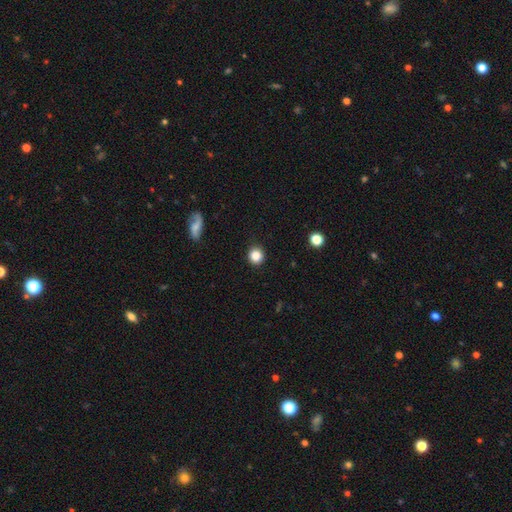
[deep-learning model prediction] The model was most divided on "smooth or featured": smooth: 86%, star or artifact: 10%, featured or disk: 4%. More confident: how rounded — round (90%); merging — none (90%).